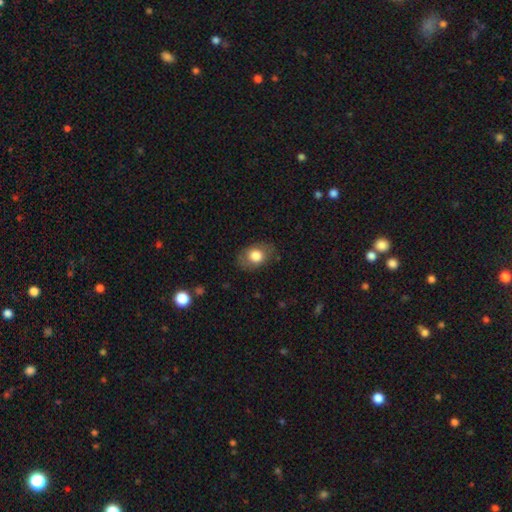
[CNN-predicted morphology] A smooth galaxy with no disk features (76%) that is in between round and cigar-shaped (73%).

Vote fractions:
- Smooth or featured? smooth: 76% / featured or disk: 17% / star or artifact: 7%
- How rounded? in between: 73% / round: 26% / cigar-shaped: 1%
- Merging? none: 79% / minor disturbance: 15% / major disturbance: 5% / merger: 1%